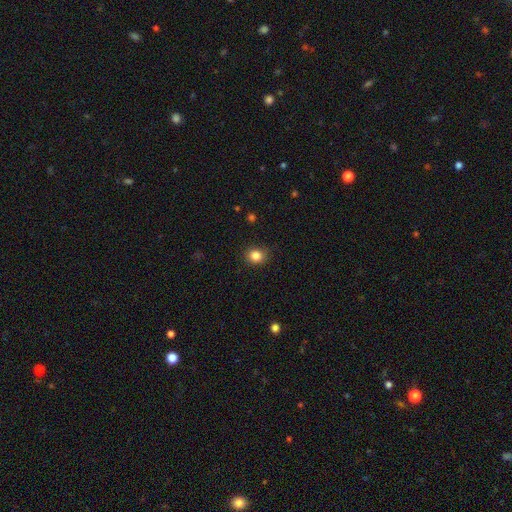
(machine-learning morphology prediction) A smooth galaxy with no disk features (84%) that is round (75%).

Vote fractions:
- Smooth or featured? smooth: 84% / star or artifact: 11% / featured or disk: 4%
- How rounded? round: 75% / in between: 24% / cigar-shaped: 1%
- Merging? none: 86% / minor disturbance: 11% / major disturbance: 2% / merger: 1%